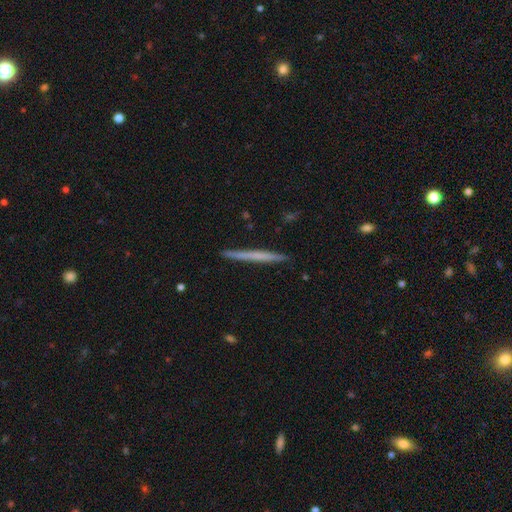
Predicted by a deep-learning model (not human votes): A smooth galaxy with no disk features (50%).

Vote fractions:
- Smooth or featured? smooth: 50% / featured or disk: 45% / star or artifact: 5%
- Merging? none: 91% / minor disturbance: 7% / major disturbance: 1% / merger: 1%